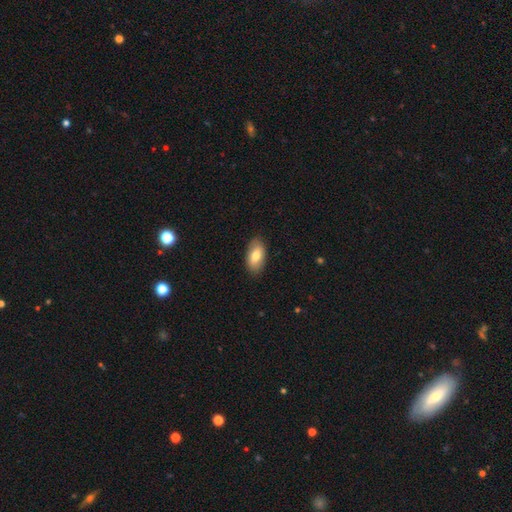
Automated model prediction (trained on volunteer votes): This is likely a smooth galaxy (77%). How rounded: clearly in between (93%). Merging: clearly none (86%).